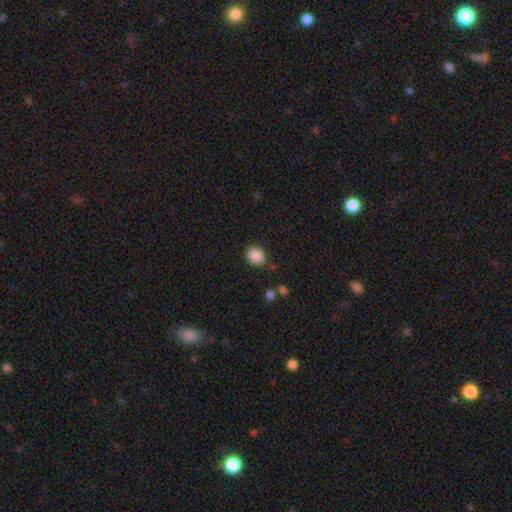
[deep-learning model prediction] smooth 88%, star or artifact 9%, featured or disk 3%. Down the decision tree: how rounded — in between (52%); merging — none (83%).